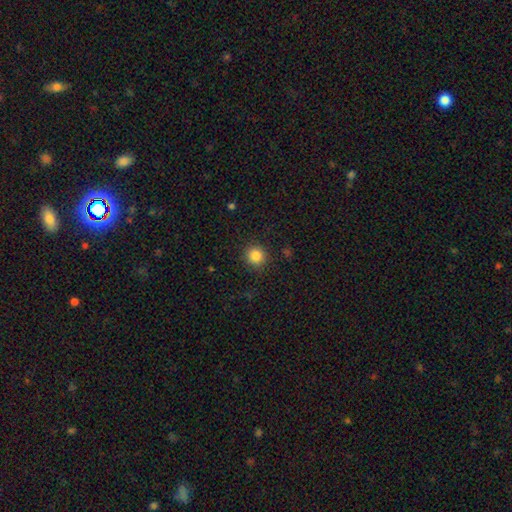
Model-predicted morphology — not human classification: type=smooth (85%); roundness=round (92%); merging=none (90%).